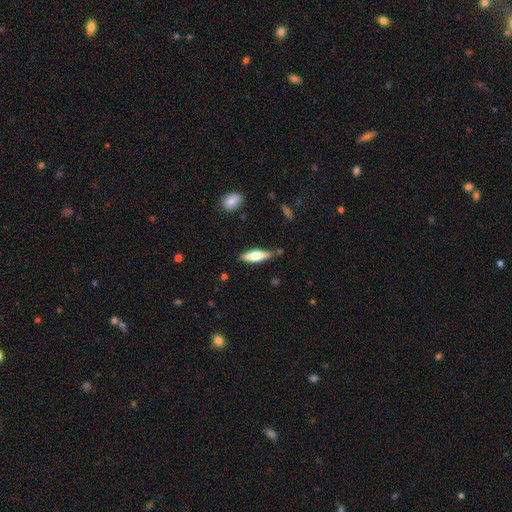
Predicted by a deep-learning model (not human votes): Smooth or featured: smooth — 56% (featured or disk — 38%)
How rounded: cigar-shaped — 59% (in between — 39%)
Merging: none — 78% (minor disturbance — 16%)